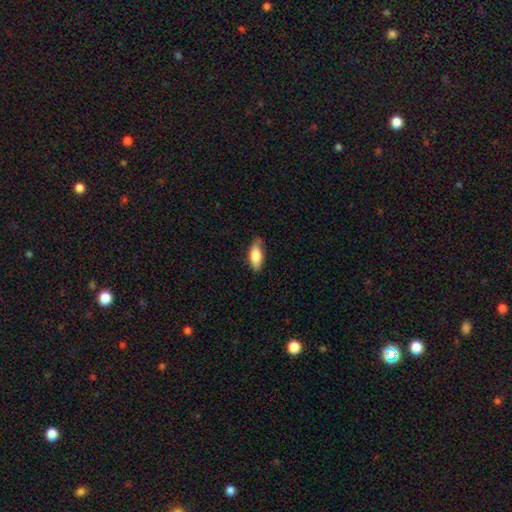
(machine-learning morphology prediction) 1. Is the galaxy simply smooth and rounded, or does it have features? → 82% smooth, 12% featured or disk, 6% star or artifact.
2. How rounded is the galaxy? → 79% in between, 19% cigar-shaped, 2% round.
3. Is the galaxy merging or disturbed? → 75% none, 20% minor disturbance, 3% major disturbance, 1% merger.